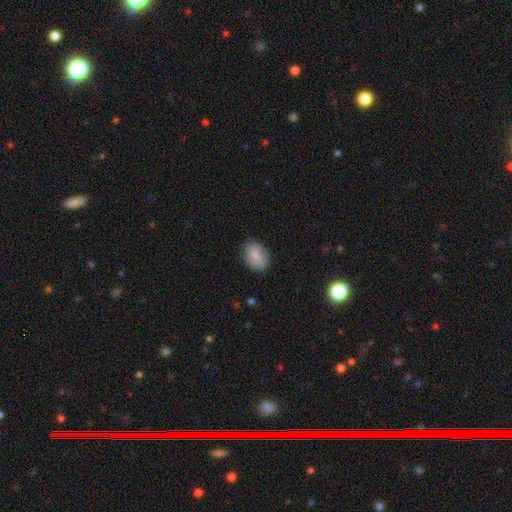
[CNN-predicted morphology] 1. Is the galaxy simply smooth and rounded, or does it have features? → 83% smooth, 11% featured or disk, 7% star or artifact.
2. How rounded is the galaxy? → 80% in between, 19% round, 1% cigar-shaped.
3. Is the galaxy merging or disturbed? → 80% none, 15% minor disturbance, 3% major disturbance, 1% merger.